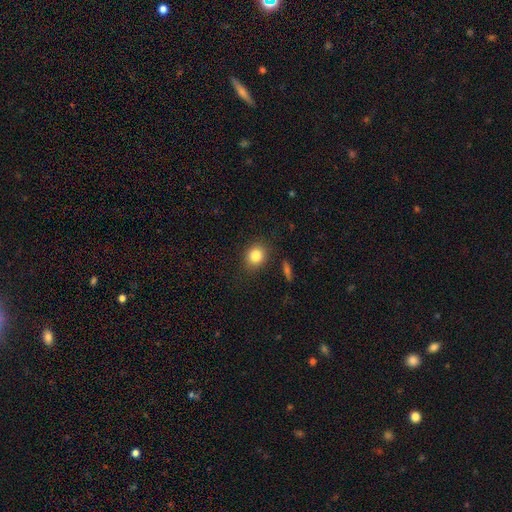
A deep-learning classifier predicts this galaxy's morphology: Q: Smooth or featured?
A: smooth (84%); runner-up: star or artifact (10%)
Q: How rounded?
A: round (71%); runner-up: in between (27%)
Q: Merging?
A: none (86%); runner-up: minor disturbance (10%)